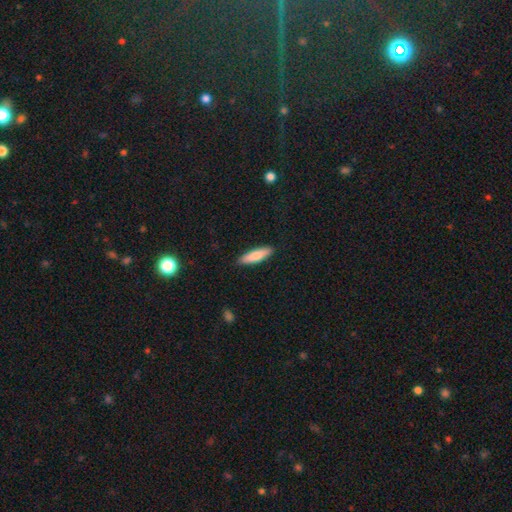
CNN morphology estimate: Q: Smooth or featured?
A: smooth (79%); runner-up: featured or disk (16%)
Q: How rounded?
A: cigar-shaped (65%); runner-up: in between (33%)
Q: Merging?
A: none (89%); runner-up: minor disturbance (8%)